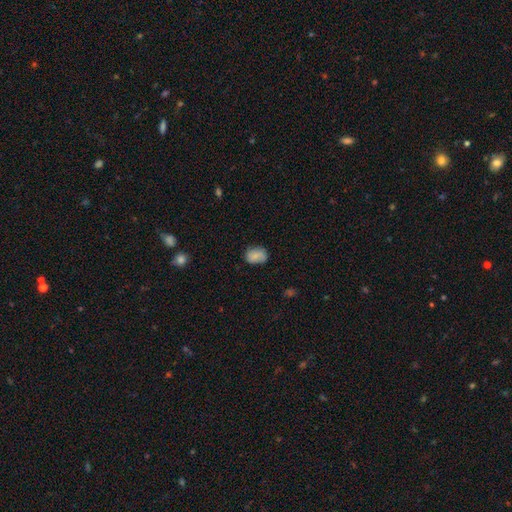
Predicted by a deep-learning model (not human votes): smooth_or_featured: smooth (p=0.78) [alt: featured or disk p=0.14]
how_rounded: in between (p=0.68) [alt: round p=0.31]
merging: none (p=0.70) [alt: minor disturbance p=0.23]